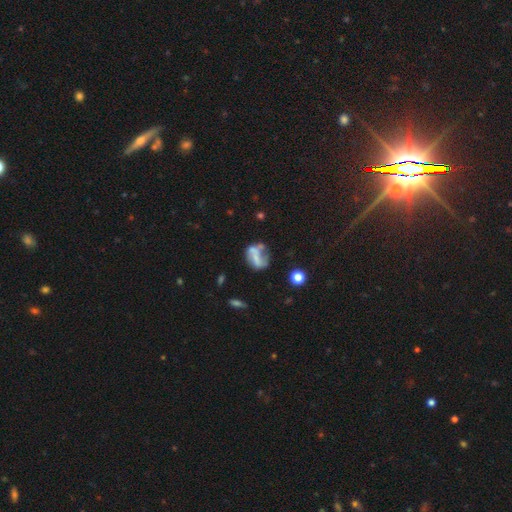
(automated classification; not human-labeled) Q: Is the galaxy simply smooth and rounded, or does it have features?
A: featured or disk — 52%.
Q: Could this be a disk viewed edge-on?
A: no — 96%.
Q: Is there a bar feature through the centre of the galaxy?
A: no — 57%.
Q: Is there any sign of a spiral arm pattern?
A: no — 65%.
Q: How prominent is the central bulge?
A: none — 63%.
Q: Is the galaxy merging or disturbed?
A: none — 34%.